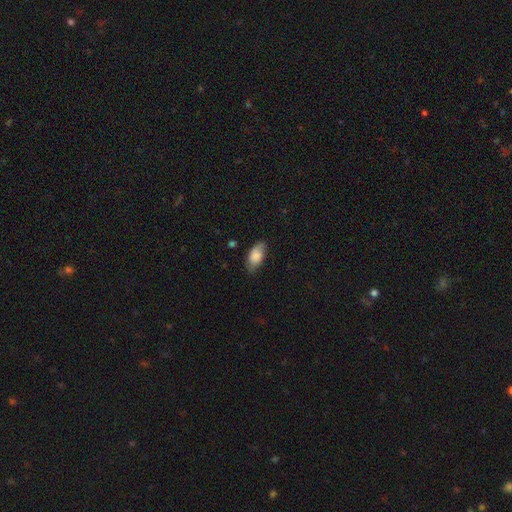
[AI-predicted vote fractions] smooth-or-featured: smooth: 83% | featured or disk: 10% | star or artifact: 7%
  how-rounded: in between: 91% | cigar-shaped: 6% | round: 4%
  merging: none: 74% | minor disturbance: 21% | major disturbance: 4% | merger: 1%